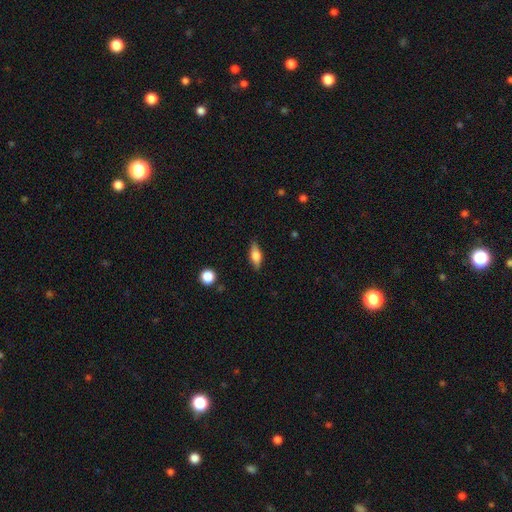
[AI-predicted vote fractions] Smooth or featured? smooth (61%)
How rounded? in between (73%)
Merging? none (83%)